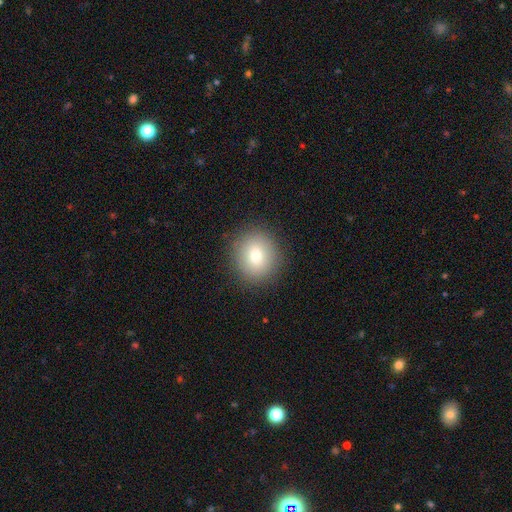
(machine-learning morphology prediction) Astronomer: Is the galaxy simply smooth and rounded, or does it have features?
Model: smooth — 78%.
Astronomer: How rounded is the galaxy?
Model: round — 82%.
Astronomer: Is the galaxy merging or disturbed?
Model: none — 90%.